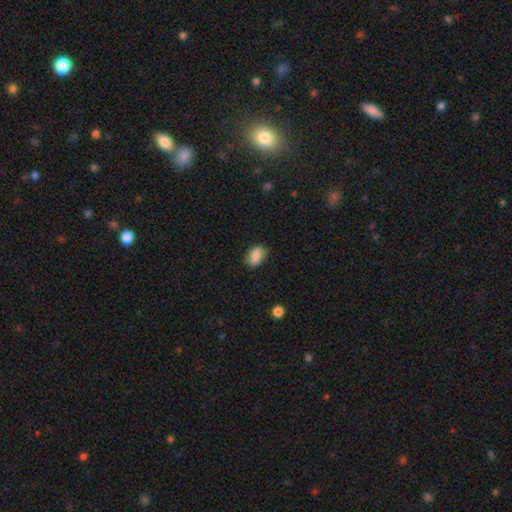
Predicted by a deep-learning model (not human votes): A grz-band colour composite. It shows a smooth galaxy with no disk features (86%) that is in between round and cigar-shaped (84%). Merging: none (78%).